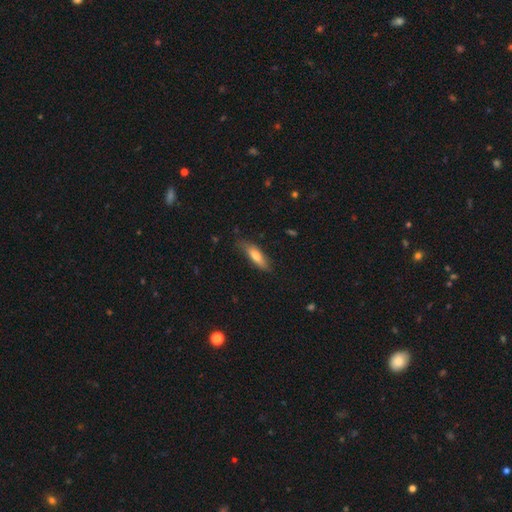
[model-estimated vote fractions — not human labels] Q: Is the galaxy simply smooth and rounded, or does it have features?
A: smooth — 71%.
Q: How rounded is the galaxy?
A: cigar-shaped — 56%.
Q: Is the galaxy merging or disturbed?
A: none — 74%.